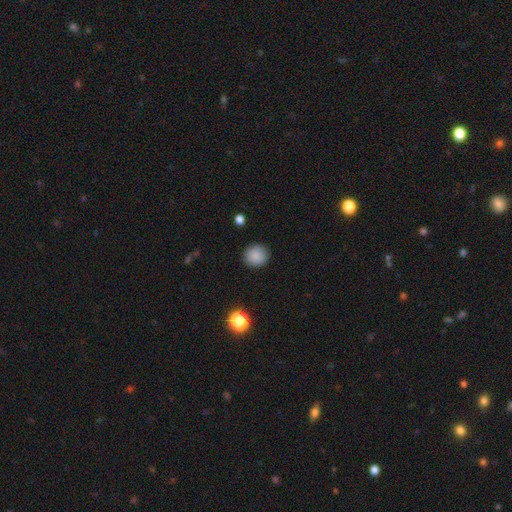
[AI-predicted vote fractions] Morphology: type=smooth (87%); roundness=round (88%); merging=none (89%).